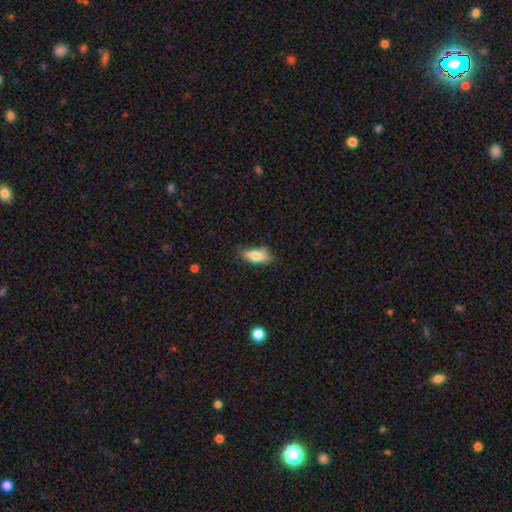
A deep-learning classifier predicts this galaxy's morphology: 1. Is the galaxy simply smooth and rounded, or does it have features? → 80% smooth, 12% featured or disk, 7% star or artifact.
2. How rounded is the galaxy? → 82% in between, 14% cigar-shaped, 4% round.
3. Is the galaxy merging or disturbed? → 67% none, 25% minor disturbance, 6% major disturbance, 2% merger.